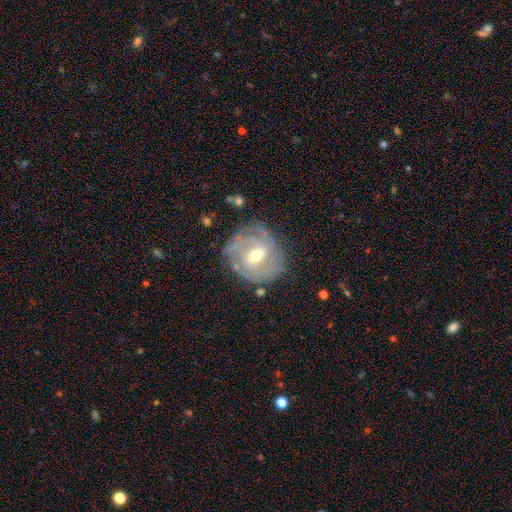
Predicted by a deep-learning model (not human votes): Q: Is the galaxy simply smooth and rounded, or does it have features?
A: featured or disk — 81%.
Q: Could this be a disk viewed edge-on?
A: no — 96%.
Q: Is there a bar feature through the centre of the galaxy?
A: weak — 57%.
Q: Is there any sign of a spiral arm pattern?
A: yes — 89%.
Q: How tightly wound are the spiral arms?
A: tight — 61%.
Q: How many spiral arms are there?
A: can't tell — 34%.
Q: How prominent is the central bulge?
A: moderate — 61%.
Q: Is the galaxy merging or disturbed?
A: none — 76%.